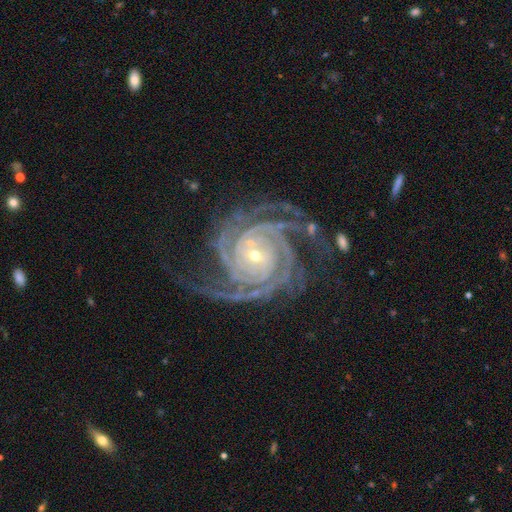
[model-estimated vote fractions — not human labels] Smooth or featured? featured or disk (93%)
Edge-on disk? no (98%)
Bar? no (61%)
Spiral arms? yes (99%)
Spiral winding? tight (77%)
Spiral arm count? 4 (34%)
Bulge size? small (76%)
Merging? none (69%)